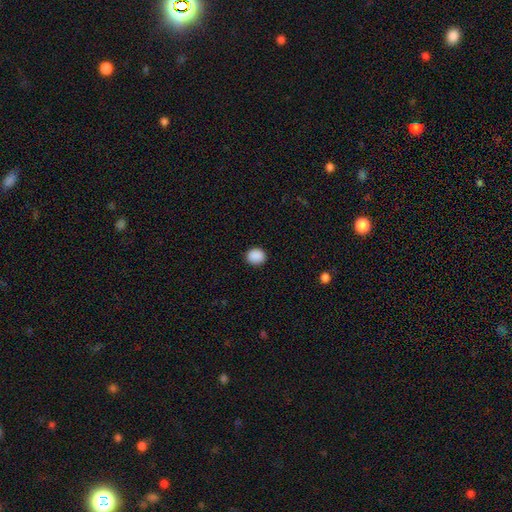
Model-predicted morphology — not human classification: Smooth or featured: smooth — 89% (star or artifact — 8%)
How rounded: round — 77% (in between — 22%)
Merging: none — 90% (minor disturbance — 7%)